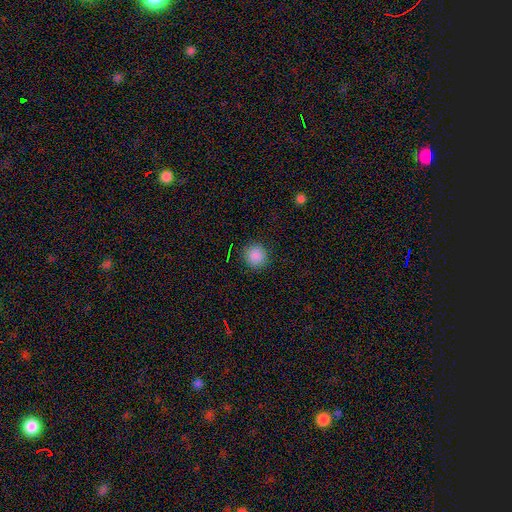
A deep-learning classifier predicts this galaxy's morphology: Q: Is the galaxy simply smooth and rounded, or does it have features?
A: smooth — 88%.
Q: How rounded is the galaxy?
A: round — 94%.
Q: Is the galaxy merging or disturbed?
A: none — 91%.